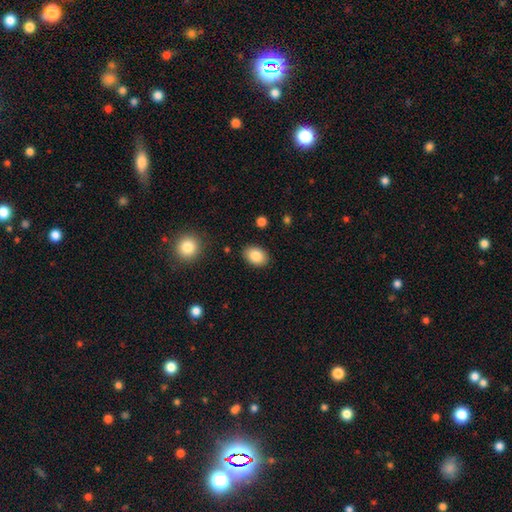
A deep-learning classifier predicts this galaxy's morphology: Smooth or featured?
  - smooth: 85% *
  - star or artifact: 8%
  - featured or disk: 7%
How rounded?
  - in between: 80% *
  - round: 19%
  - cigar-shaped: 1%
Merging?
  - none: 86% *
  - minor disturbance: 10%
  - major disturbance: 2%
  - merger: 2%